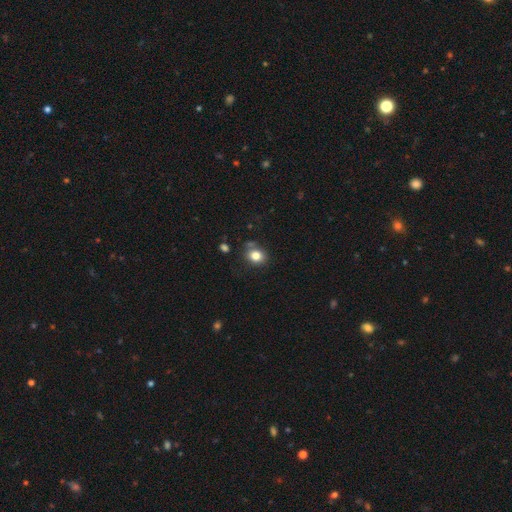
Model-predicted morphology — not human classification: This appears to be a smooth galaxy with no disk features (82%) that is round (60%). Merging: none (73%).